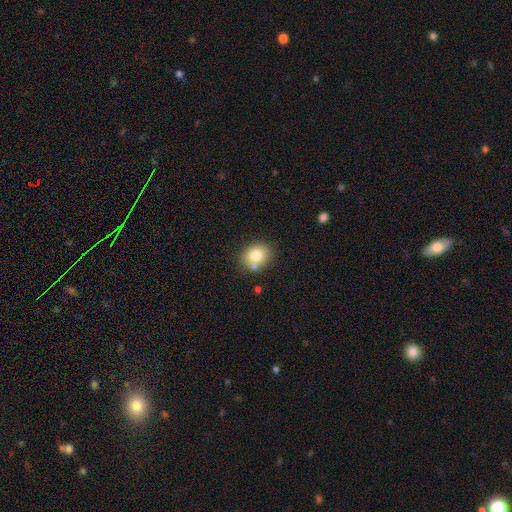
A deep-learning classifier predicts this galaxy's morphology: smooth_or_featured: smooth (p=0.78) [alt: featured or disk p=0.12]
how_rounded: round (p=0.58) [alt: in between p=0.41]
merging: none (p=0.68) [alt: merger p=0.14]